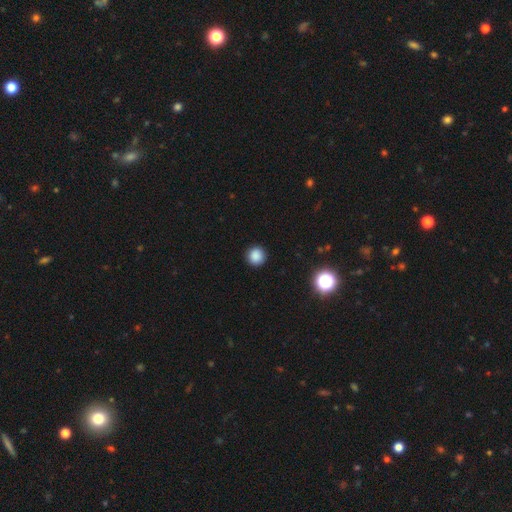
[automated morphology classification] Smooth or featured? Predicted: smooth (p=0.85). How rounded? Predicted: round (p=0.95). Merging? Predicted: none (p=0.92).